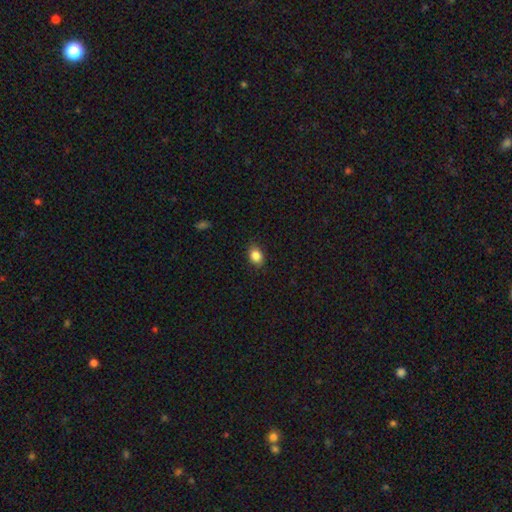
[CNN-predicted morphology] Smooth or featured? smooth (85%)
How rounded? in between (68%)
Merging? none (86%)